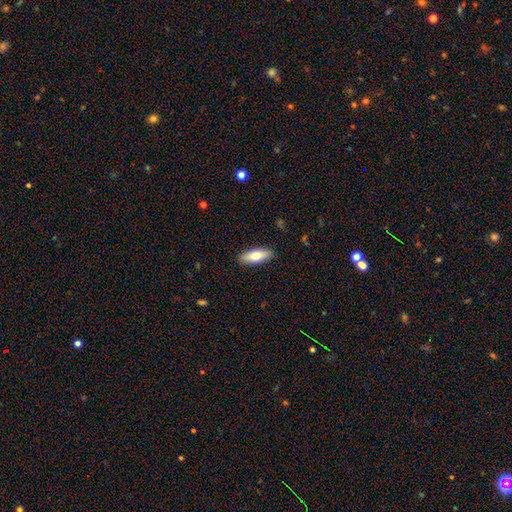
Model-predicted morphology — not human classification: smooth-or-featured: smooth: 73% | featured or disk: 21% | star or artifact: 6%
  how-rounded: in between: 66% | cigar-shaped: 32% | round: 2%
  merging: none: 89% | minor disturbance: 8% | major disturbance: 2% | merger: 1%